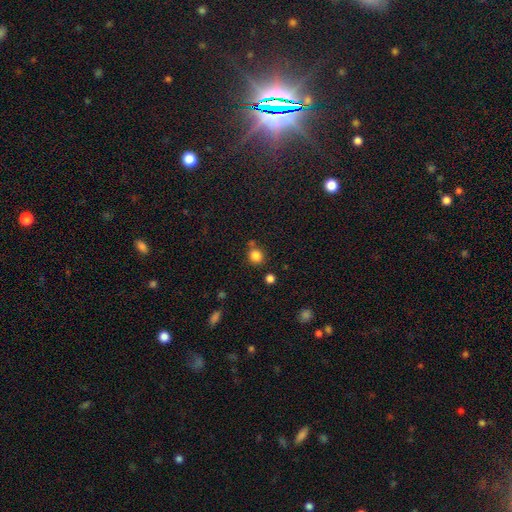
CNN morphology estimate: Smooth or featured: smooth — 83% (star or artifact — 12%)
How rounded: round — 86% (in between — 13%)
Merging: none — 73% (merger — 12%)